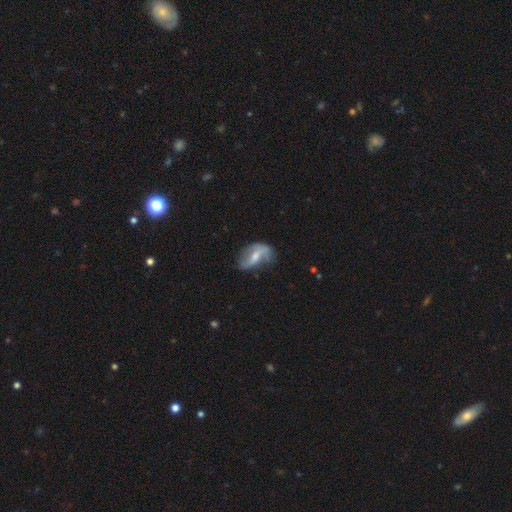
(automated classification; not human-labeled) Overall: featured or disk (63%; smooth 30%). Edge-on disk: no (94%). Bar: weak (45%; no 33%). Spiral arms: yes (76%). Bulge size: moderate (50%; small 37%). Merging: none (46%; minor disturbance 30%).